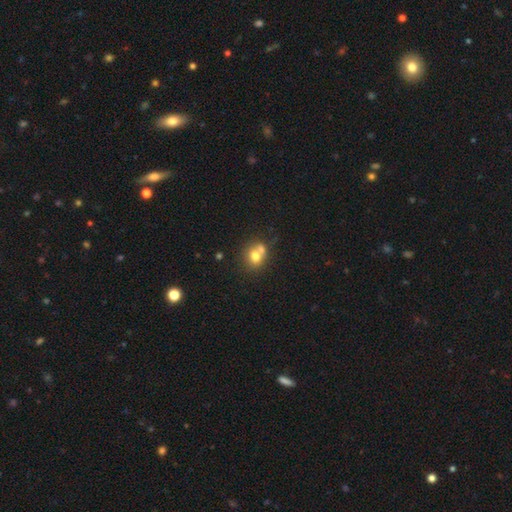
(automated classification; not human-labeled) Overall: smooth (71%). How rounded: round (72%). Merging: merger (49%; none 39%).